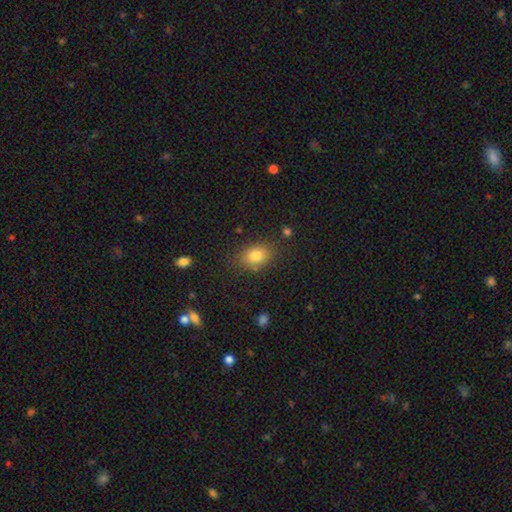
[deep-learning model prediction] Morphology: type=smooth (81%); roundness=in between (72%); merging=none (81%).